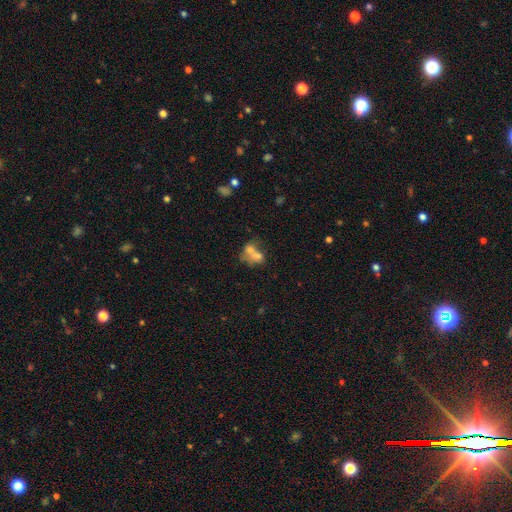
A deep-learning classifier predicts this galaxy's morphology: A smooth galaxy with no disk features (60%) that is in between round and cigar-shaped (59%).

Vote fractions:
- Smooth or featured? smooth: 60% / featured or disk: 26% / star or artifact: 14%
- How rounded? in between: 59% / round: 39% / cigar-shaped: 2%
- Merging? merger: 63% / none: 21% / minor disturbance: 8% / major disturbance: 7%